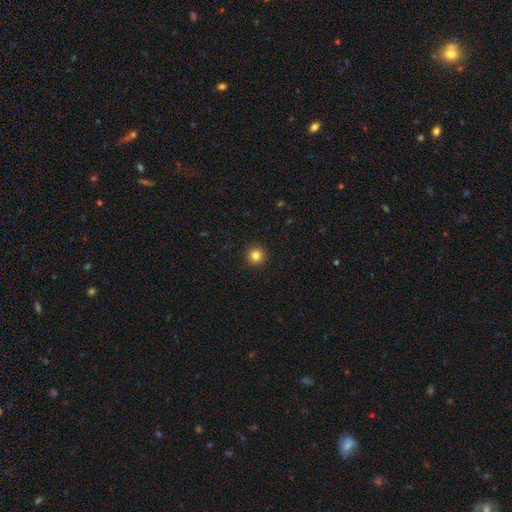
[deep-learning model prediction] Smooth or featured? Predicted: smooth (p=0.83). How rounded? Predicted: round (p=0.96). Merging? Predicted: none (p=0.93).